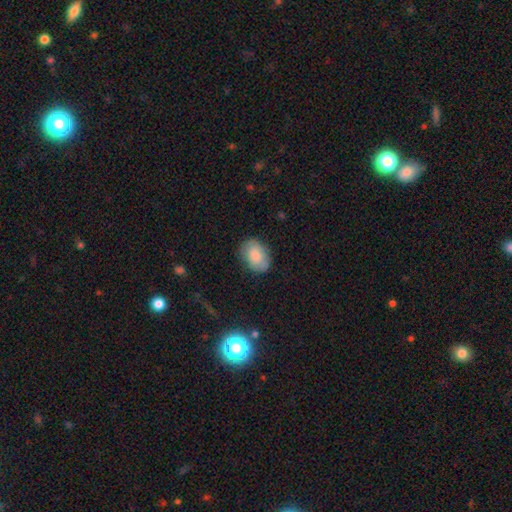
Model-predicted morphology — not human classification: smooth 71%, featured or disk 21%, star or artifact 7%. Down the decision tree: how rounded — in between (78%); merging — none (75%).